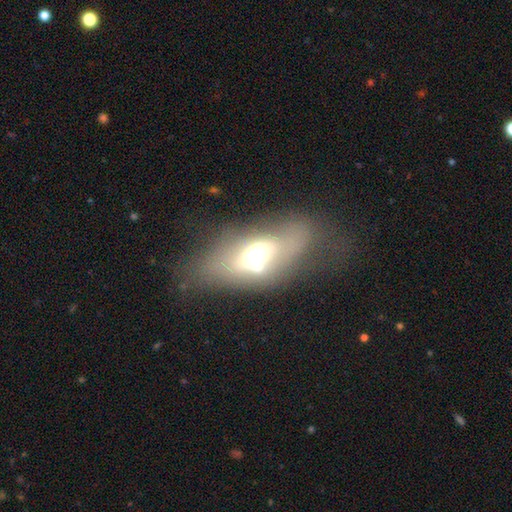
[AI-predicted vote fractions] Smooth or featured: smooth — 47% (featured or disk — 39%)
Merging: none — 42% (major disturbance — 24%)